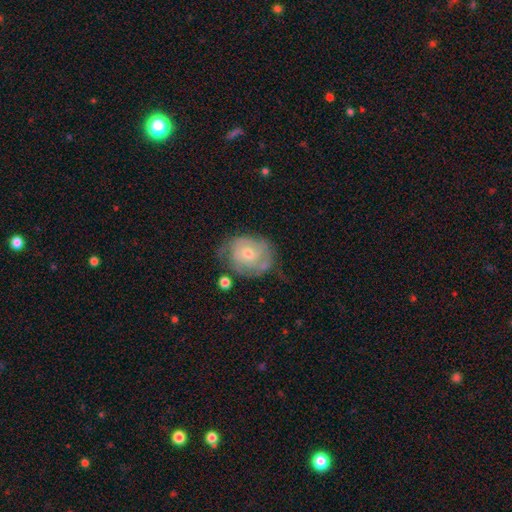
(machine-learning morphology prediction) This appears to be a featured or disk galaxy (66%) with no bar (75%), tight (61%) spiral arms (83%) and a small central bulge (50%). Merging: none (58%).